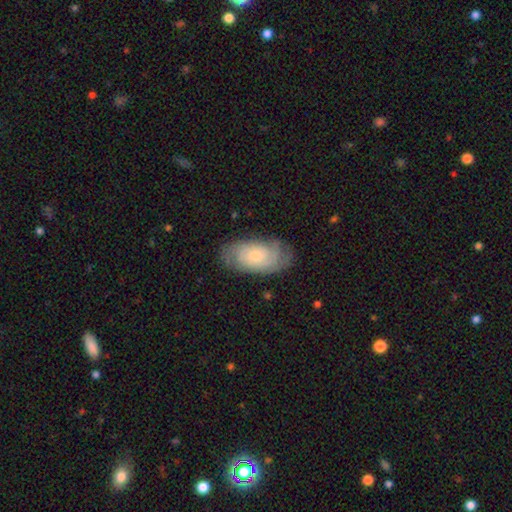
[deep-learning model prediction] A featured or disk galaxy (65%) with no bar (78%), tight (64%) spiral arms (88%) and a small central bulge (57%). Merging: none (76%).